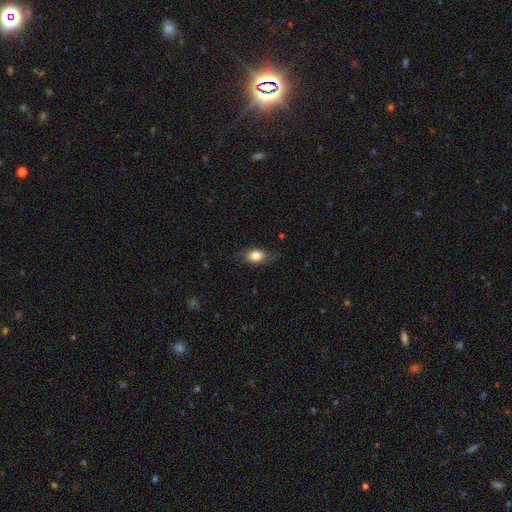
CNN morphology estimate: Smooth or featured? smooth (78%)
How rounded? in between (80%)
Merging? none (72%)